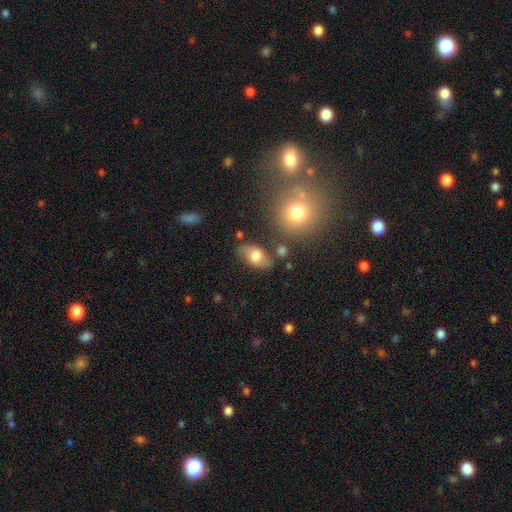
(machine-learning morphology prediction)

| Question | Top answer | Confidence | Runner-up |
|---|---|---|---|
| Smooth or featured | smooth | 68% | featured or disk (23%) |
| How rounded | in between | 88% | round (10%) |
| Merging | none | 70% | minor disturbance (18%) |